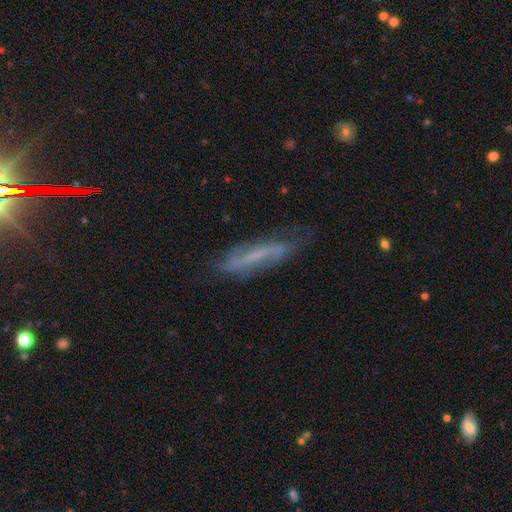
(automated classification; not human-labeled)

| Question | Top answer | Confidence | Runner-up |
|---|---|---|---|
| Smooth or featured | featured or disk | 57% | smooth (33%) |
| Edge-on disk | no | 57% | yes (43%) |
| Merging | none | 63% | minor disturbance (25%) |